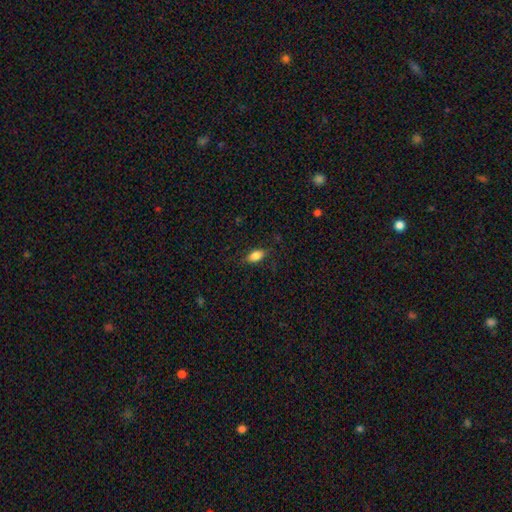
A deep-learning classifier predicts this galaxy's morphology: Smooth or featured? smooth (83%)
How rounded? in between (87%)
Merging? none (80%)